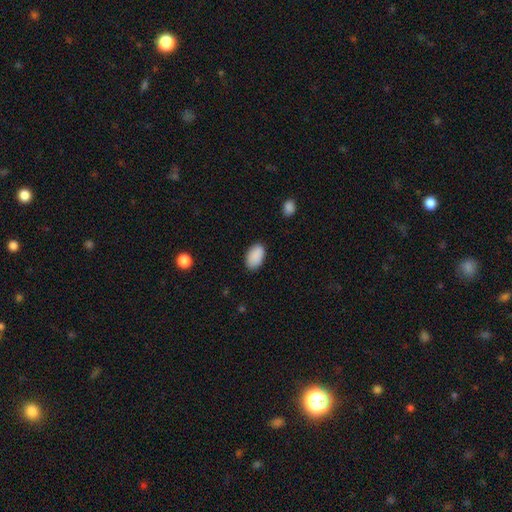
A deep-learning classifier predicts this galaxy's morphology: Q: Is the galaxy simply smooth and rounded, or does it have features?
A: smooth — 90%.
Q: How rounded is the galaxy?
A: in between — 93%.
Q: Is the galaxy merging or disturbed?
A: none — 85%.